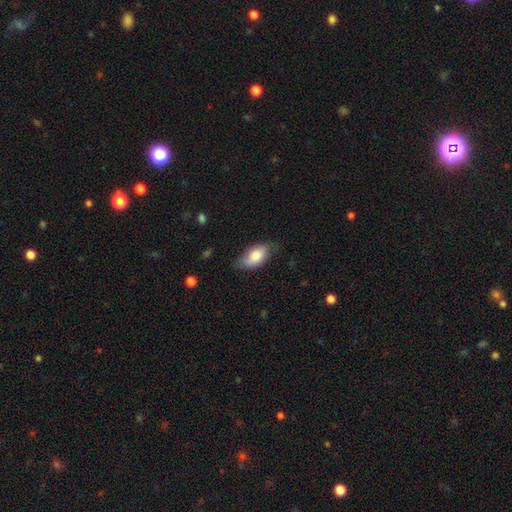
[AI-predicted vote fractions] Smooth or featured? smooth (79%)
How rounded? in between (92%)
Merging? none (67%)